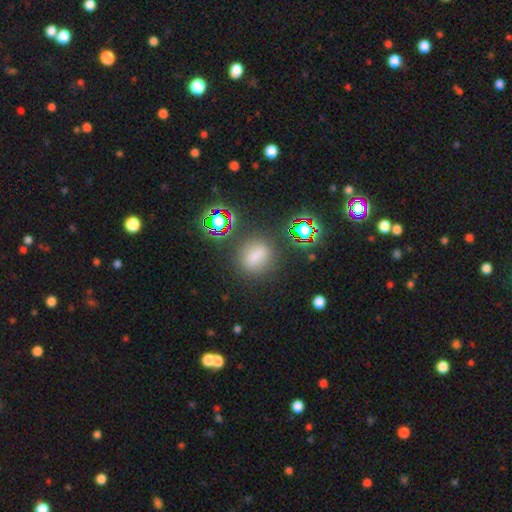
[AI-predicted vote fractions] Smooth or featured?
  - smooth: 65% *
  - star or artifact: 24%
  - featured or disk: 11%
How rounded?
  - round: 51% *
  - in between: 44%
  - cigar-shaped: 5%
Merging?
  - none: 77% *
  - minor disturbance: 12%
  - major disturbance: 6%
  - merger: 5%